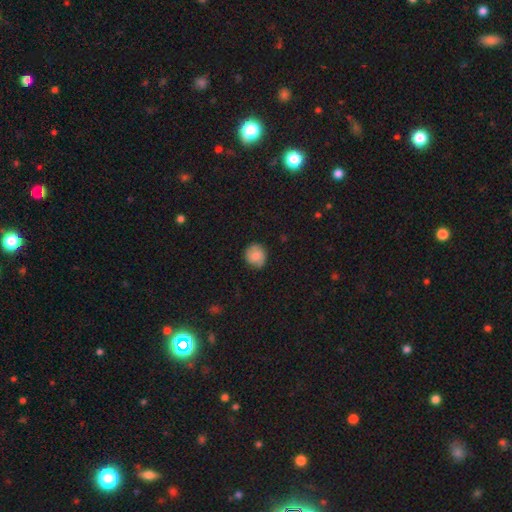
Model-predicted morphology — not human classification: A smooth galaxy with no disk features (74%) that is round (83%).

Vote fractions:
- Smooth or featured? smooth: 74% / featured or disk: 18% / star or artifact: 8%
- How rounded? round: 83% / in between: 16% / cigar-shaped: 1%
- Merging? none: 81% / minor disturbance: 14% / major disturbance: 4% / merger: 1%